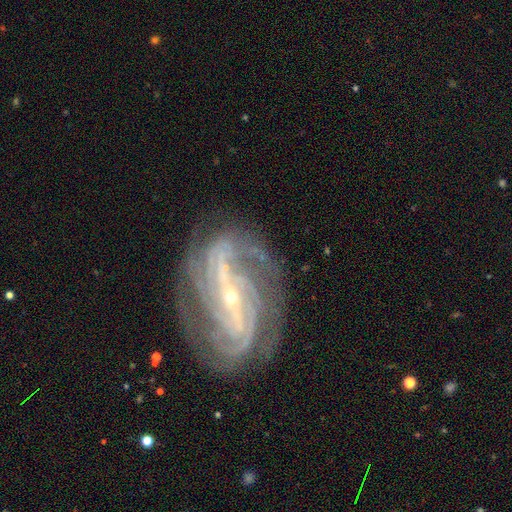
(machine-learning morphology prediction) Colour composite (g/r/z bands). It shows a featured or disk galaxy (89%) with a strong bar (68%), 2 (37%) tight (48%) spiral arms (96%) and a small central bulge (78%). Merging: none (76%).